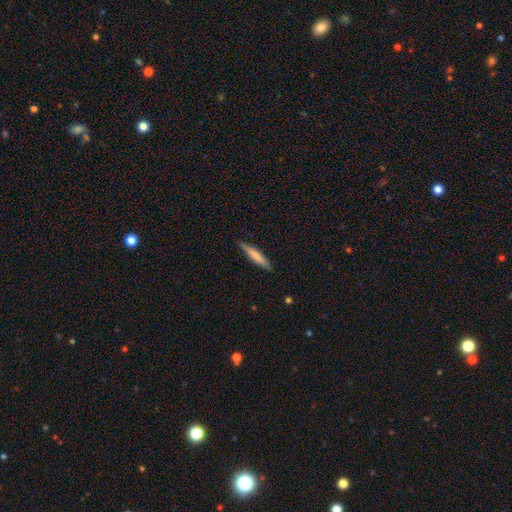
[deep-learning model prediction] smooth_or_featured: smooth (p=0.72) [alt: featured or disk p=0.23]
how_rounded: cigar-shaped (p=0.91) [alt: in between p=0.08]
merging: none (p=0.88) [alt: minor disturbance p=0.09]